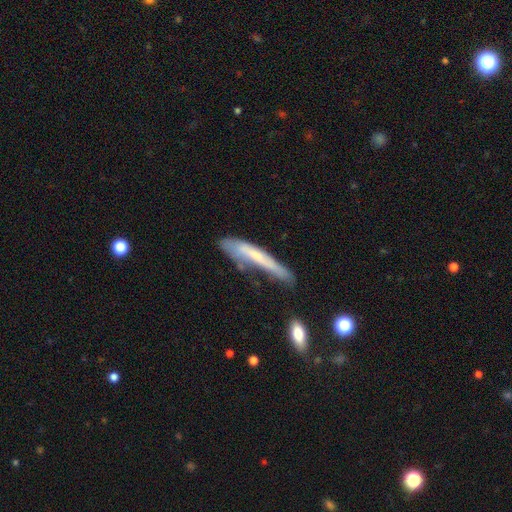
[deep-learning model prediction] This is possibly a smooth galaxy (50%). Merging: marginally none (42%).